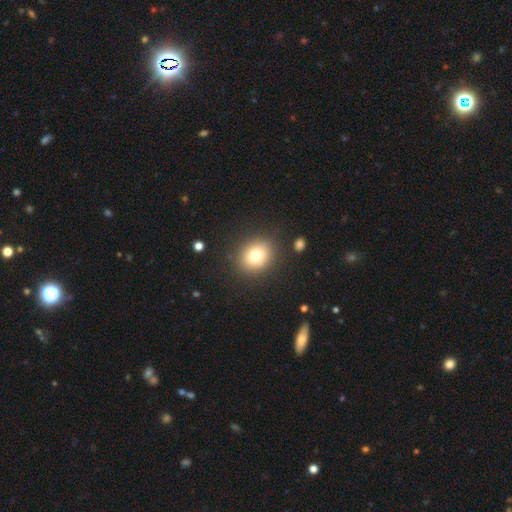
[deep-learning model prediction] smooth-or-featured: smooth: 76% | star or artifact: 12% | featured or disk: 12%
  how-rounded: round: 70% | in between: 29% | cigar-shaped: 1%
  merging: none: 86% | minor disturbance: 8% | major disturbance: 3% | merger: 2%